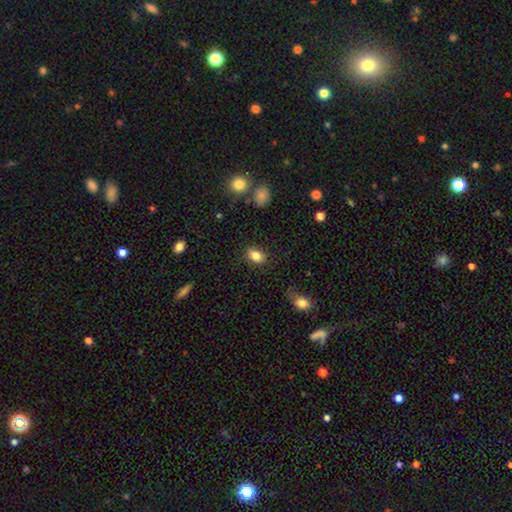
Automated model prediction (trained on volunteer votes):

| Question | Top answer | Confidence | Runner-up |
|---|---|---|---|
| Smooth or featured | smooth | 85% | star or artifact (9%) |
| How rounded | in between | 79% | round (20%) |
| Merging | none | 85% | minor disturbance (10%) |